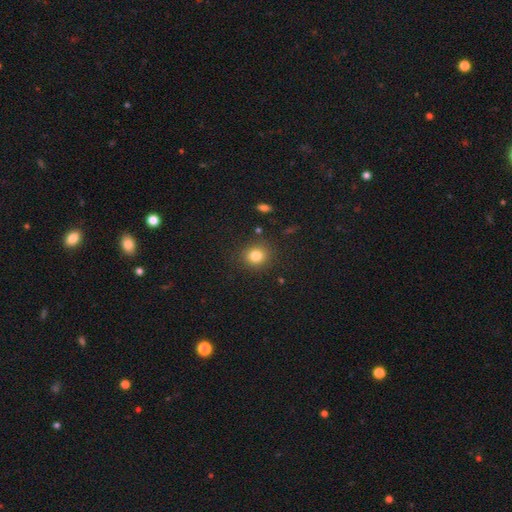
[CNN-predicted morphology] A smooth galaxy with no disk features (81%) that is round (83%). Merging: none (87%).